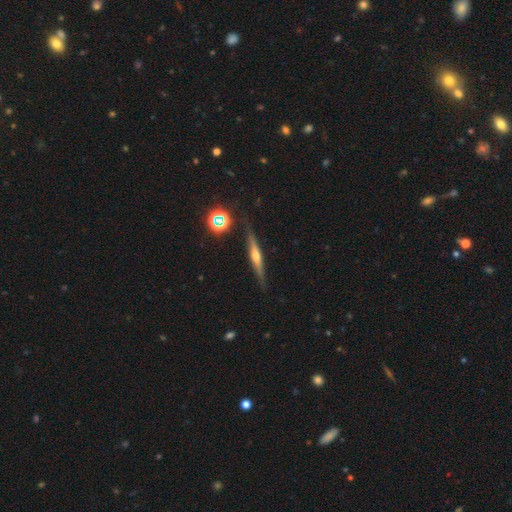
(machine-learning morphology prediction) A featured or disk galaxy (68%) viewed edge-on (96%) with a rounded central bulge (84%).

Vote fractions:
- Smooth or featured? featured or disk: 68% / smooth: 23% / star or artifact: 10%
- Edge-on disk? yes: 96% / no: 4%
- Edge-on bulge? rounded: 84% / none: 10% / boxy: 6%
- Merging? none: 85% / minor disturbance: 11% / major disturbance: 2% / merger: 2%